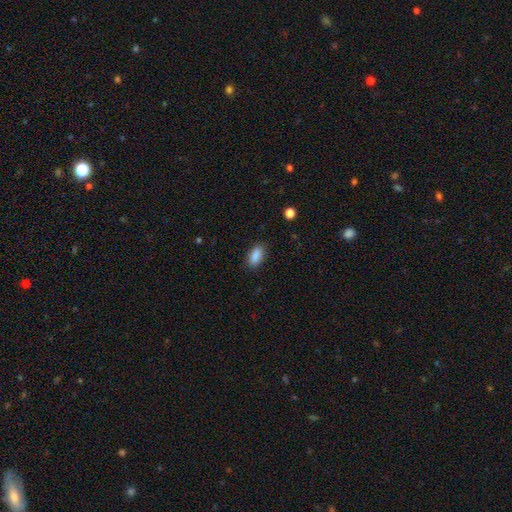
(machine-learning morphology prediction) A smooth galaxy with no disk features (88%) that is in between round and cigar-shaped (88%). Merging: none (86%).